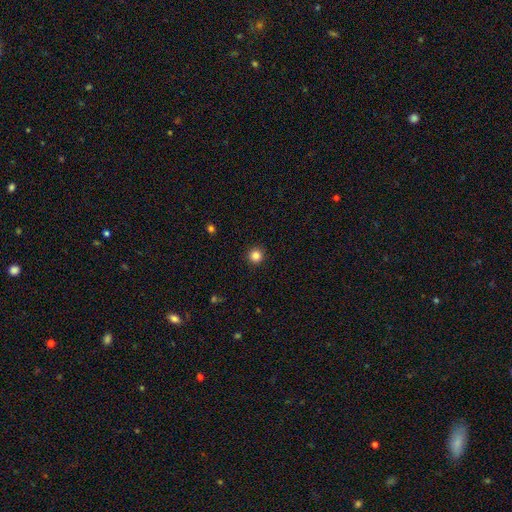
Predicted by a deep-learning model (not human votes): Smooth or featured? smooth (85%)
How rounded? round (96%)
Merging? none (93%)